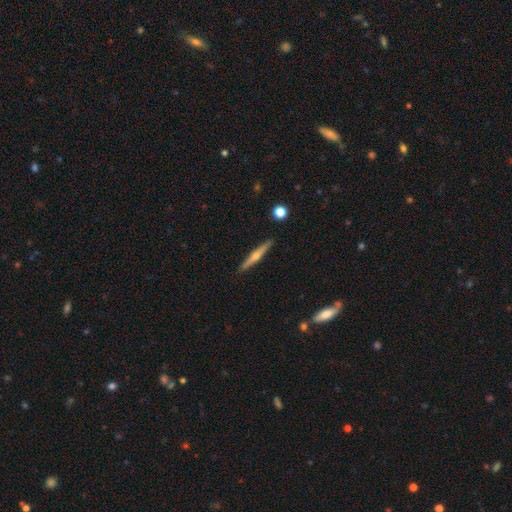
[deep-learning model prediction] Q: Smooth or featured?
A: featured or disk (67%); runner-up: smooth (27%)
Q: Edge-on disk?
A: yes (97%); runner-up: no (3%)
Q: Edge-on bulge?
A: rounded (86%); runner-up: none (10%)
Q: Merging?
A: none (91%); runner-up: minor disturbance (6%)